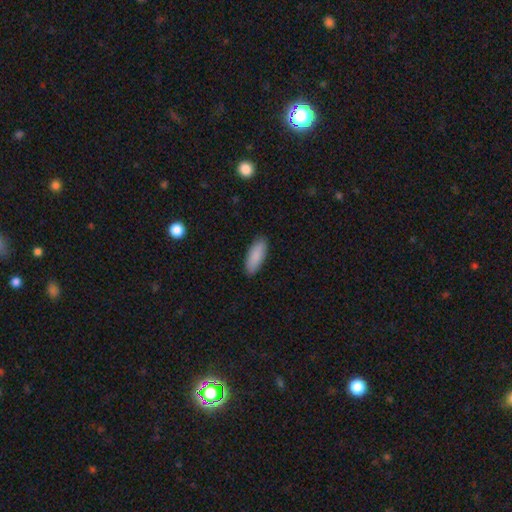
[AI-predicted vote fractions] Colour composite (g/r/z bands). It shows a smooth galaxy with no disk features (88%) that is in between round and cigar-shaped (76%). Merging: none (88%).